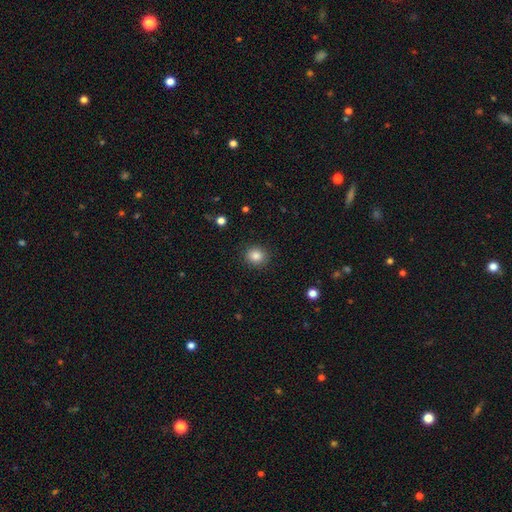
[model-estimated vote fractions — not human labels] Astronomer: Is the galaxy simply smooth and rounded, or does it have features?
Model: smooth — 85%.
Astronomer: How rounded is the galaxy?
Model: round — 83%.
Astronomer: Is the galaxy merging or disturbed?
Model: none — 90%.